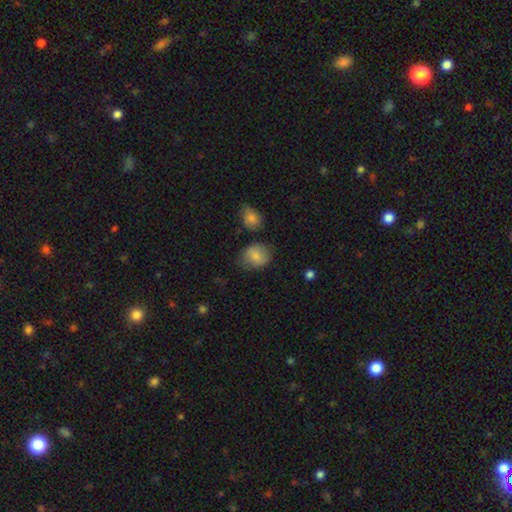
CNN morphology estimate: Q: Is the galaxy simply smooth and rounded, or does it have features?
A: smooth — 80%.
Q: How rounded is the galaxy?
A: round — 59%.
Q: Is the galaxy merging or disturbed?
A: none — 71%.